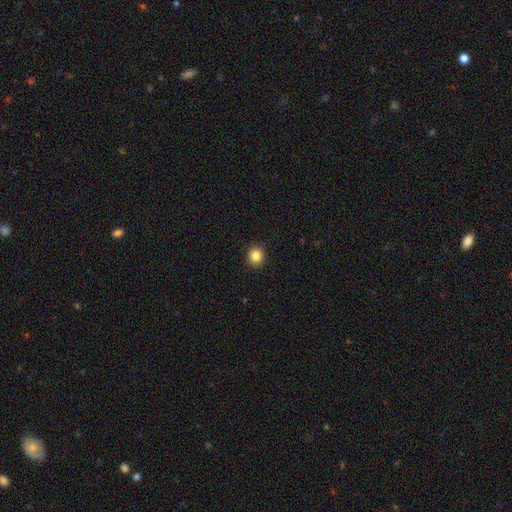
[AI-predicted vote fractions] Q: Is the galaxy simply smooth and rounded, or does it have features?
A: smooth — 85%.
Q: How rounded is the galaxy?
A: round — 83%.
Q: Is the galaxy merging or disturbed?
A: none — 92%.